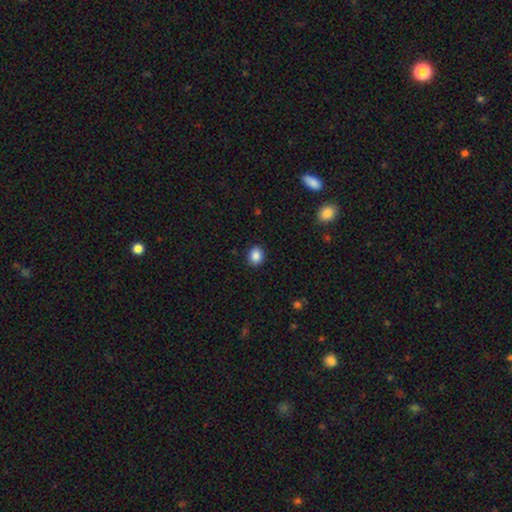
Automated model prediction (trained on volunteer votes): Smooth or featured?
  - smooth: 88% *
  - star or artifact: 9%
  - featured or disk: 3%
How rounded?
  - round: 68% *
  - in between: 31%
  - cigar-shaped: 1%
Merging?
  - none: 90% *
  - minor disturbance: 7%
  - major disturbance: 2%
  - merger: 1%